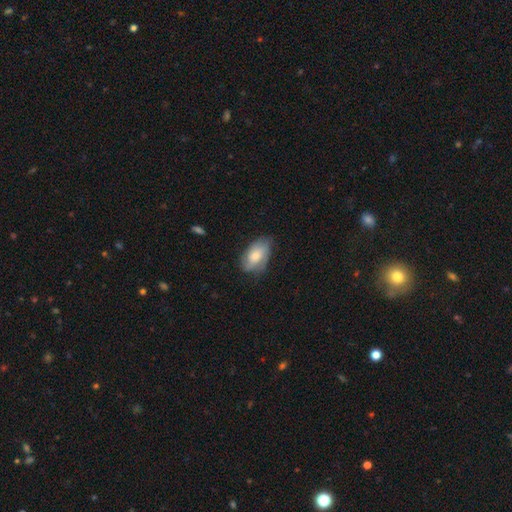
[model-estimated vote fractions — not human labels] Q: Smooth or featured?
A: smooth (67%); runner-up: featured or disk (27%)
Q: How rounded?
A: in between (92%); runner-up: round (6%)
Q: Merging?
A: none (61%); runner-up: minor disturbance (30%)